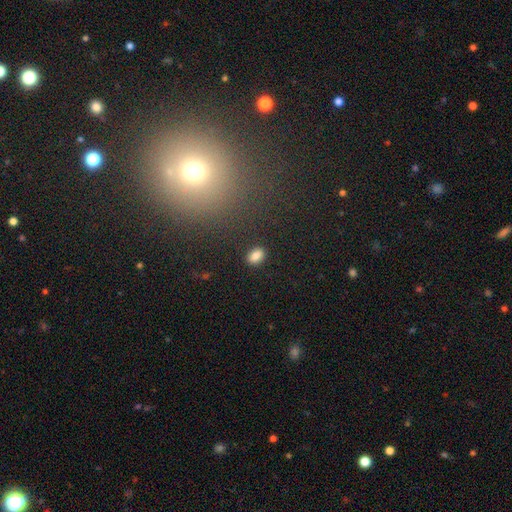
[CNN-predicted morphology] Q: Smooth or featured?
A: smooth (85%); runner-up: star or artifact (10%)
Q: How rounded?
A: in between (81%); runner-up: round (18%)
Q: Merging?
A: none (88%); runner-up: minor disturbance (8%)